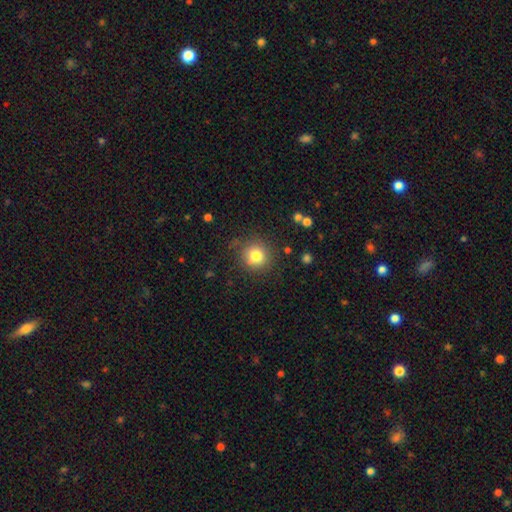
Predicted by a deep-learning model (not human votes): smooth_or_featured: smooth (p=0.80) [alt: star or artifact p=0.12]
how_rounded: round (p=0.92) [alt: in between p=0.07]
merging: none (p=0.83) [alt: minor disturbance p=0.11]